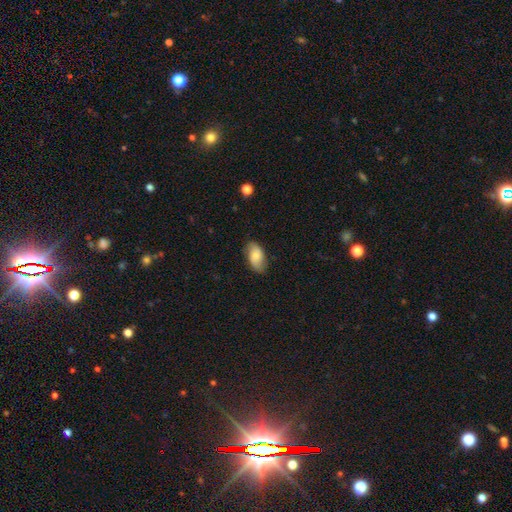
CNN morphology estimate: Q: Smooth or featured?
A: smooth (71%); runner-up: featured or disk (23%)
Q: How rounded?
A: in between (94%); runner-up: round (4%)
Q: Merging?
A: none (77%); runner-up: minor disturbance (18%)